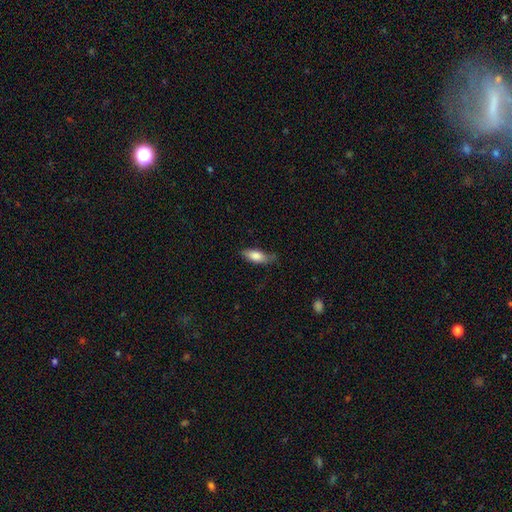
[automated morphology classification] Overall: smooth (81%). How rounded: in between (76%). Merging: none (64%; minor disturbance 28%).